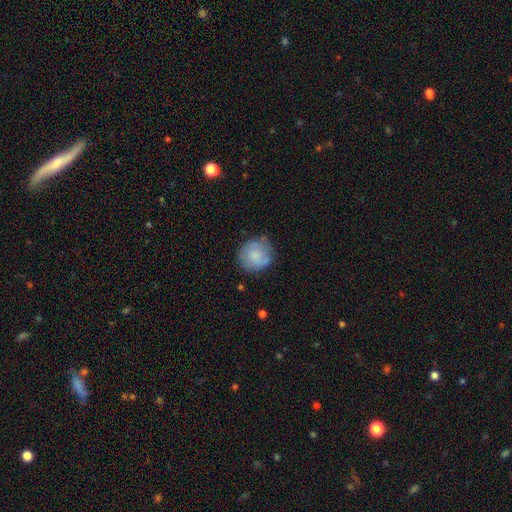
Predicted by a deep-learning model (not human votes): This appears to be a smooth galaxy with no disk features (73%) that is round (87%). Merging: none (66%).